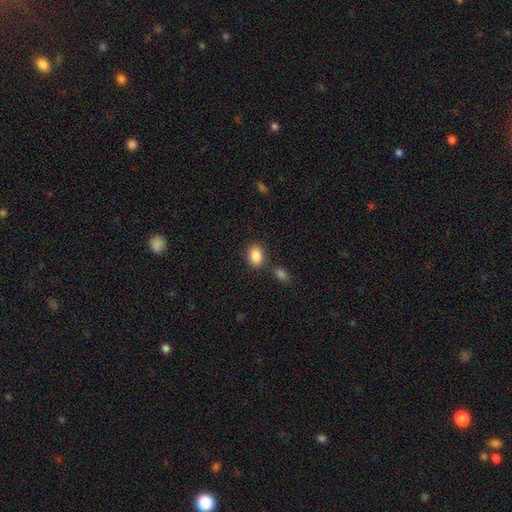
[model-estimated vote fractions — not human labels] This is clearly a smooth galaxy (88%). How rounded: likely in between (79%). Merging: likely none (77%).